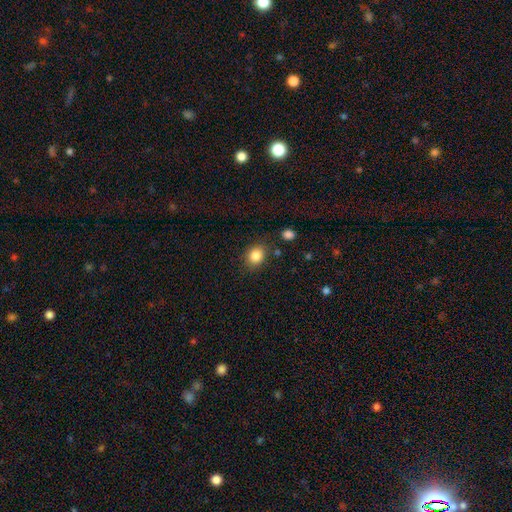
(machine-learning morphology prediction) Overall: smooth (86%). How rounded: round (54%; in between 45%). Merging: none (81%).